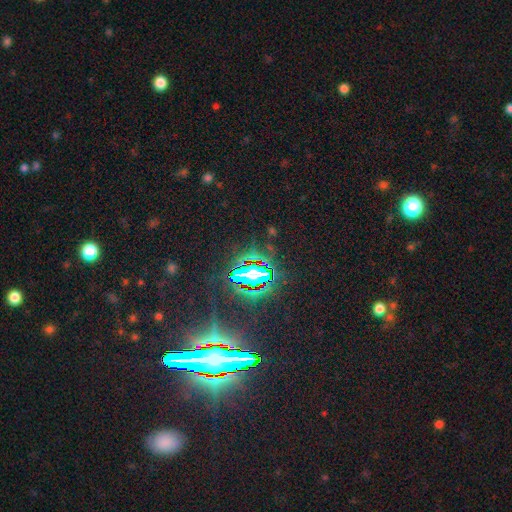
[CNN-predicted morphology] Overall: star or artifact (85%).